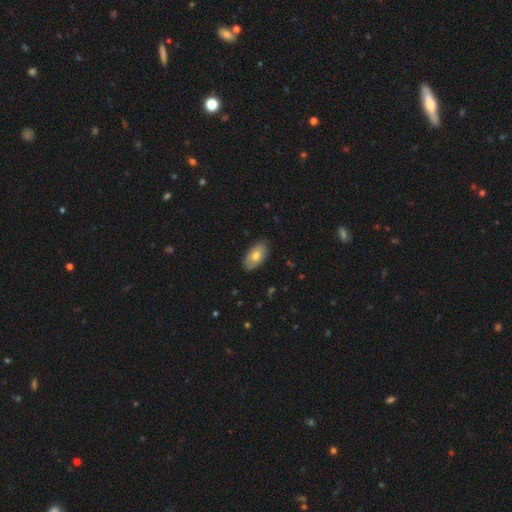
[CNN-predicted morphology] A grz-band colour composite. It shows a smooth galaxy with no disk features (75%) that is in between round and cigar-shaped (94%). Merging: none (86%).